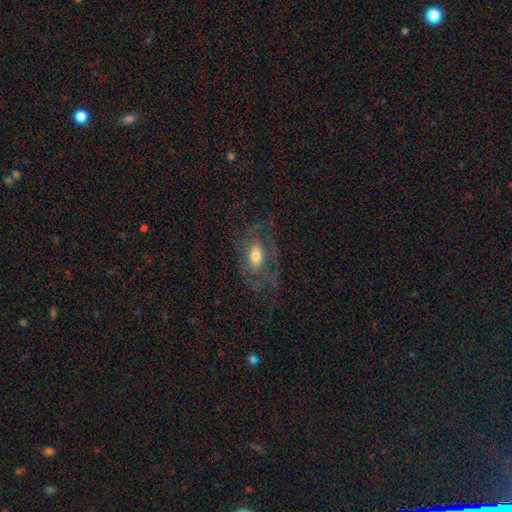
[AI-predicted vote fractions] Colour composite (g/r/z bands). It shows a featured or disk galaxy (57%) with no bar (65%), spiral arms (56%) and a moderate central bulge (61%). Merging: none (54%).